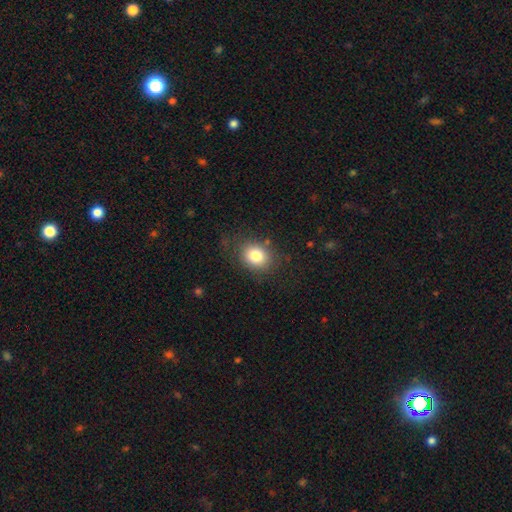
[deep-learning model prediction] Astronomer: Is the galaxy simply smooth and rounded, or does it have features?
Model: smooth — 81%.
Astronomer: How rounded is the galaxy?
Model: round — 60% (runner-up: in between, 40%).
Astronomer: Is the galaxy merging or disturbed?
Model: none — 80%.